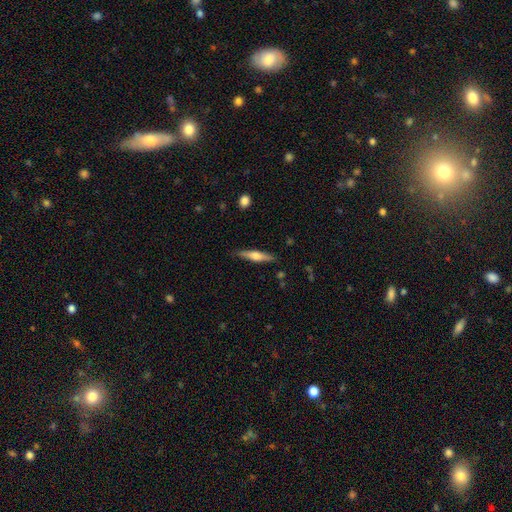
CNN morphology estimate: Smooth or featured? featured or disk (50%)
Merging? none (87%)